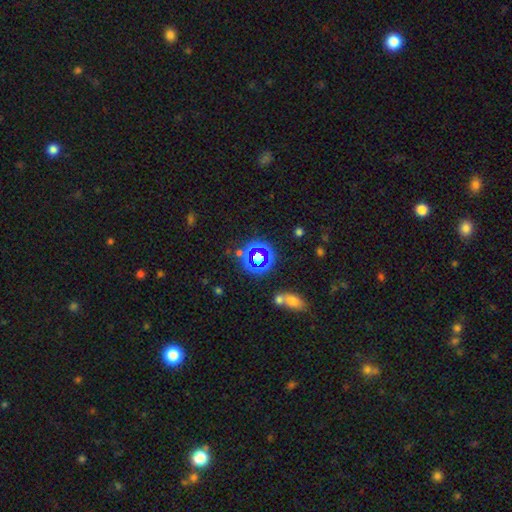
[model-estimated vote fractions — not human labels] The model was most divided on "smooth or featured": star or artifact: 57%, smooth: 29%, featured or disk: 14%.